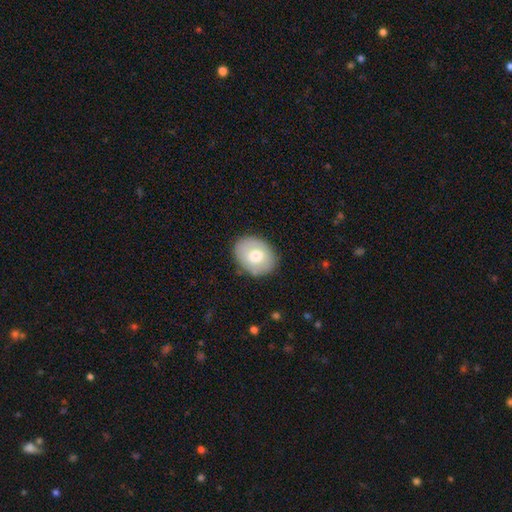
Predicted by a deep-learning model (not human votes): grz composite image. It shows a smooth galaxy with no disk features (68%) that is in between round and cigar-shaped (55%). Merging: none (83%).